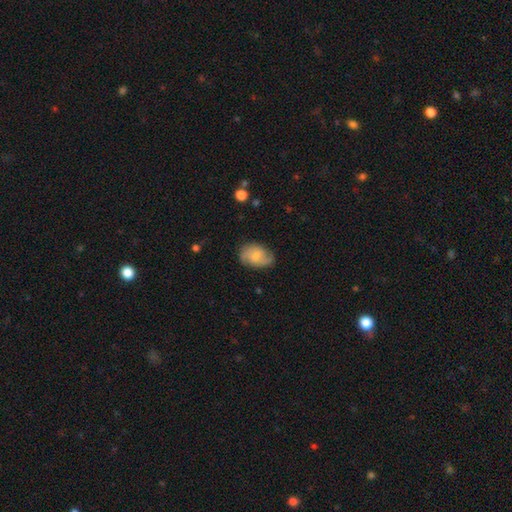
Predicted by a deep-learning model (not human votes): smooth_or_featured: smooth (p=0.46) [tied with: featured or disk p=0.46]
merging: none (p=0.68) [alt: minor disturbance p=0.24]